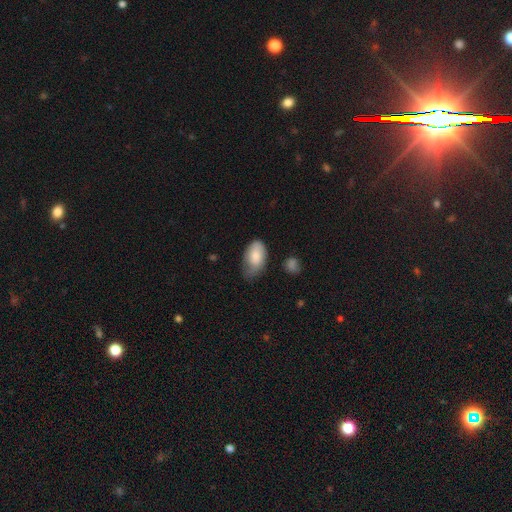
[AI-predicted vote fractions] Morphology: type=smooth (79%); roundness=in between (93%); merging=none (45%).